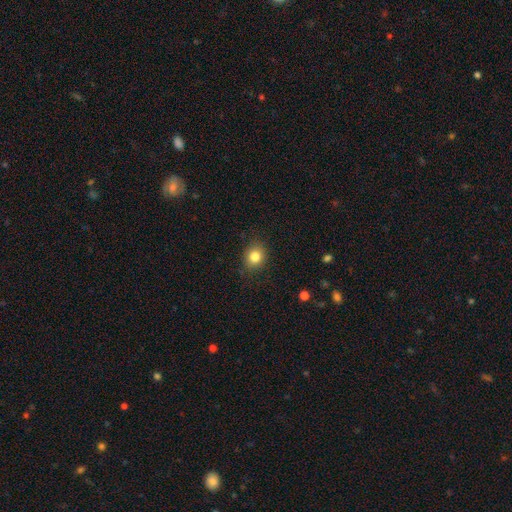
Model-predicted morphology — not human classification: type=smooth (83%); roundness=round (65%); merging=none (85%).